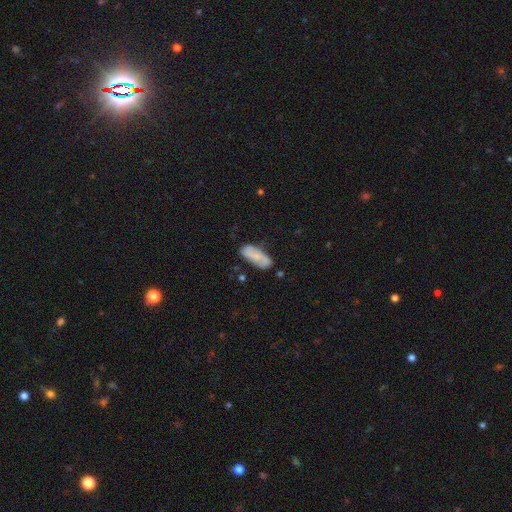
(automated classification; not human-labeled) This is likely a smooth galaxy (62%). How rounded: likely in between (74%). Merging: likely none (72%).